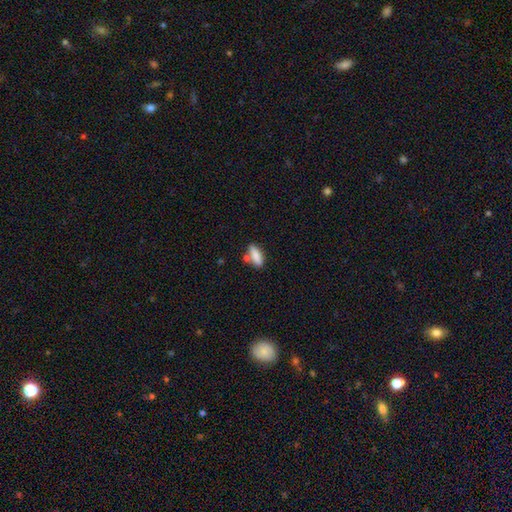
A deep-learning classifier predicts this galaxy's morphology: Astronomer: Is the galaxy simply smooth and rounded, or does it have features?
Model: smooth — 82%.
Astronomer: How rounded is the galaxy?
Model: in between — 62%.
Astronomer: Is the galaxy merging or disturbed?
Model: none — 67%.